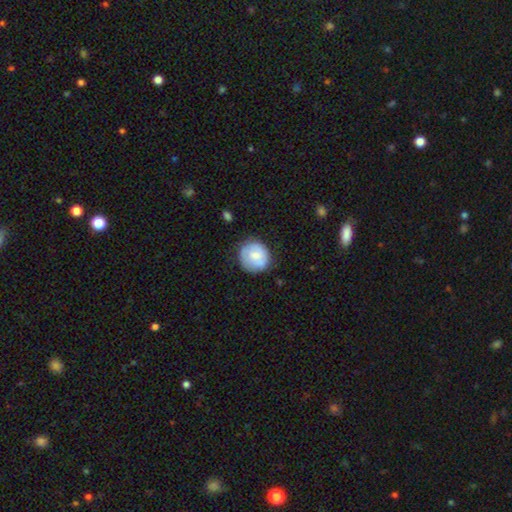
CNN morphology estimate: smooth 62%, featured or disk 32%, star or artifact 6%. Down the decision tree: how rounded — round (85%); merging — none (73%).